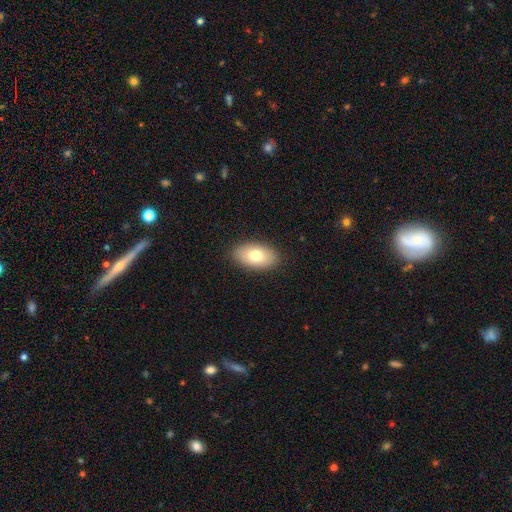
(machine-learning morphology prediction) The model was most divided on "smooth or featured": smooth: 76%, featured or disk: 16%, star or artifact: 7%. More confident: how rounded — in between (93%); merging — none (88%).